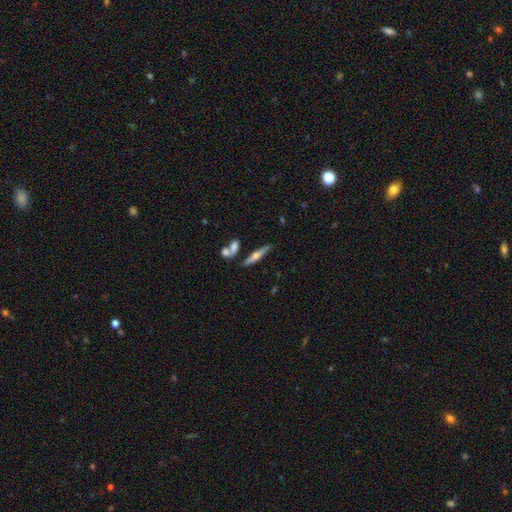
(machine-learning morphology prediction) The model was most divided on "smooth or featured": featured or disk: 55%, smooth: 39%, star or artifact: 7%. More confident: edge-on disk — yes (94%); edge-on bulge — rounded (90%); merging — none (74%).